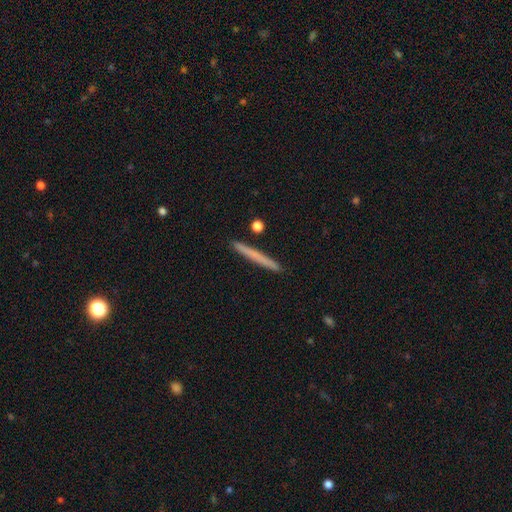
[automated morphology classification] Q: Smooth or featured?
A: smooth (62%); runner-up: featured or disk (32%)
Q: How rounded?
A: cigar-shaped (97%); runner-up: in between (2%)
Q: Merging?
A: none (92%); runner-up: minor disturbance (5%)